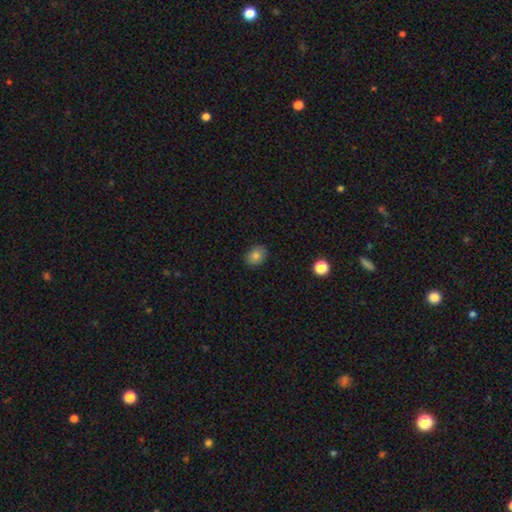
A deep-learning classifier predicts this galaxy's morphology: A smooth galaxy with no disk features (82%) that is in between round and cigar-shaped (57%).

Vote fractions:
- Smooth or featured? smooth: 82% / star or artifact: 10% / featured or disk: 8%
- How rounded? in between: 57% / round: 42% / cigar-shaped: 1%
- Merging? none: 86% / minor disturbance: 11% / major disturbance: 2% / merger: 1%